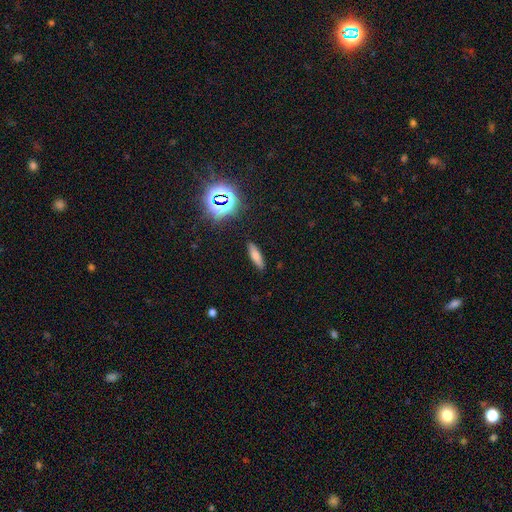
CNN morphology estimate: Smooth or featured? smooth (68%)
How rounded? cigar-shaped (62%)
Merging? none (88%)